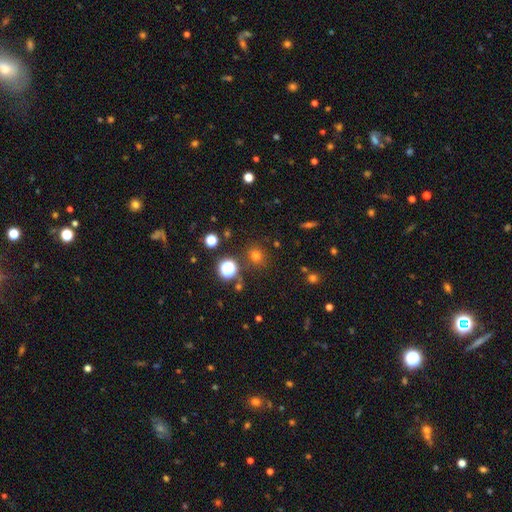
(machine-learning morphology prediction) A smooth galaxy with no disk features (71%) that is round (86%). Merging: none (86%).